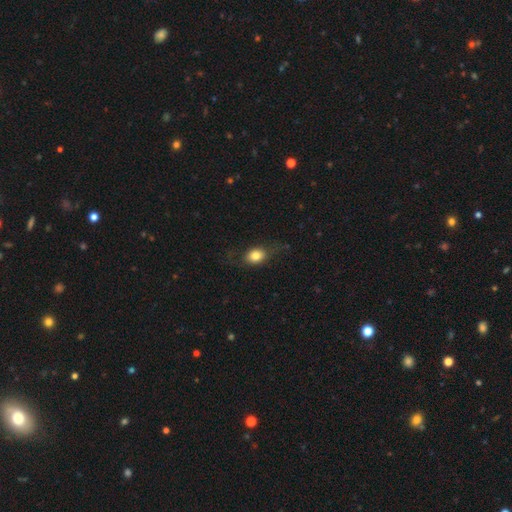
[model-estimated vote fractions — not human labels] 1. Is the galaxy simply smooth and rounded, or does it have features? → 75% smooth, 16% featured or disk, 9% star or artifact.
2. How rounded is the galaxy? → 58% in between, 39% round, 3% cigar-shaped.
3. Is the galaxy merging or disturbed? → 67% none, 20% minor disturbance, 11% major disturbance, 1% merger.